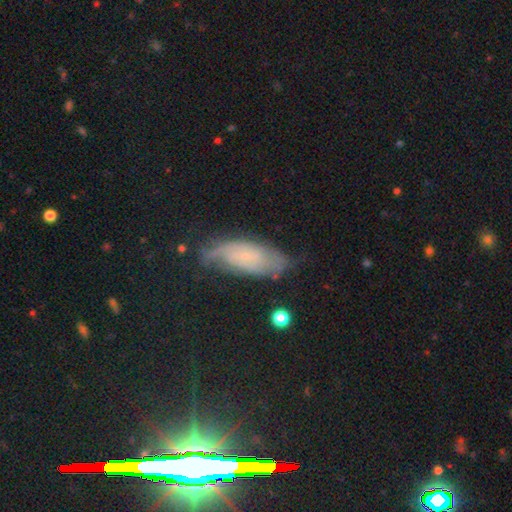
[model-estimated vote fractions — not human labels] This appears to be a featured or disk galaxy (65%) with no bar (51%), 2 (51%) tight (43%) spiral arms (88%) and a small central bulge (71%). Merging: none (60%).